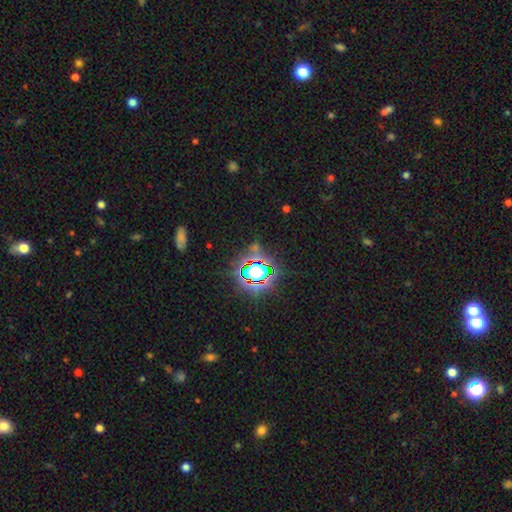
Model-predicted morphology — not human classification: A star or artifact, not a galaxy (77%).